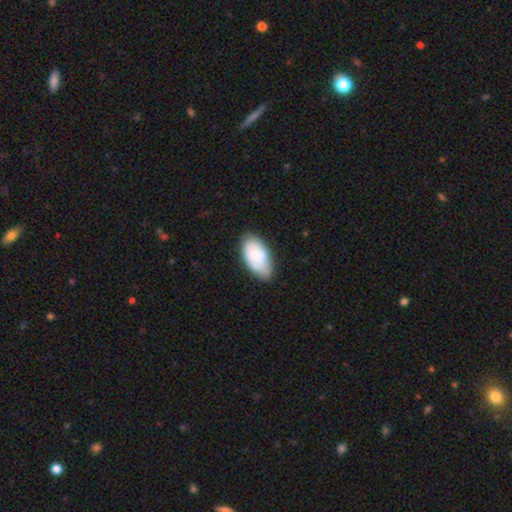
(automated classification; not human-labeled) Overall: smooth (69%). How rounded: in between (94%). Merging: none (68%).